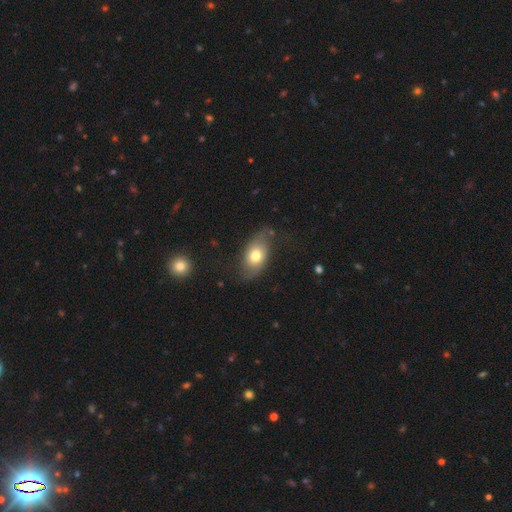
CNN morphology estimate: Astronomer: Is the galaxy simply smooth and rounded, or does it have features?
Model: smooth — 56% (runner-up: featured or disk, 37%).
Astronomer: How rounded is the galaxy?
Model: in between — 84%.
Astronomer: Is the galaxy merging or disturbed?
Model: none — 61%.